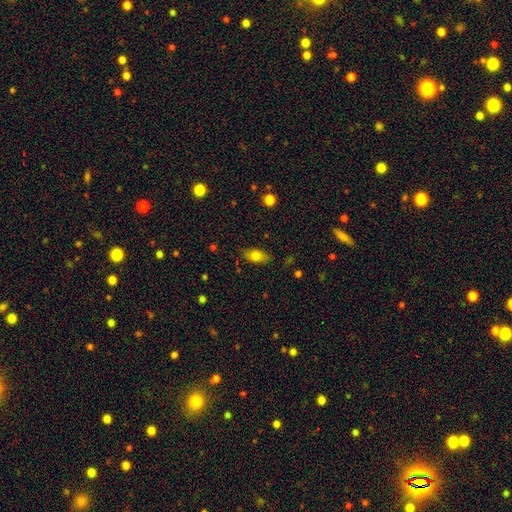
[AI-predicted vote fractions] Q: Smooth or featured?
A: smooth (78%); runner-up: featured or disk (14%)
Q: How rounded?
A: in between (86%); runner-up: cigar-shaped (8%)
Q: Merging?
A: none (81%); runner-up: minor disturbance (14%)